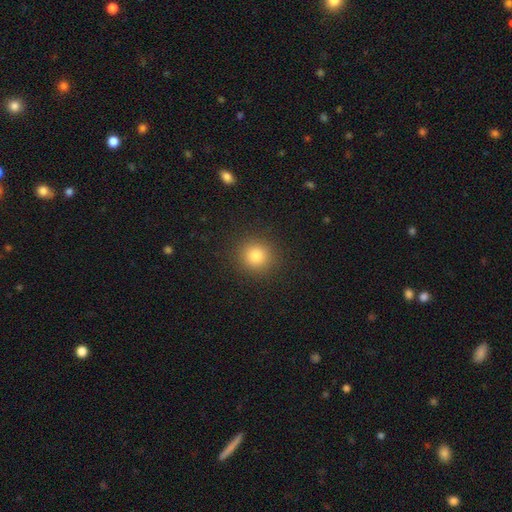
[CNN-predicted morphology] This appears to be a smooth galaxy with no disk features (82%) that is round (91%). Merging: none (91%).